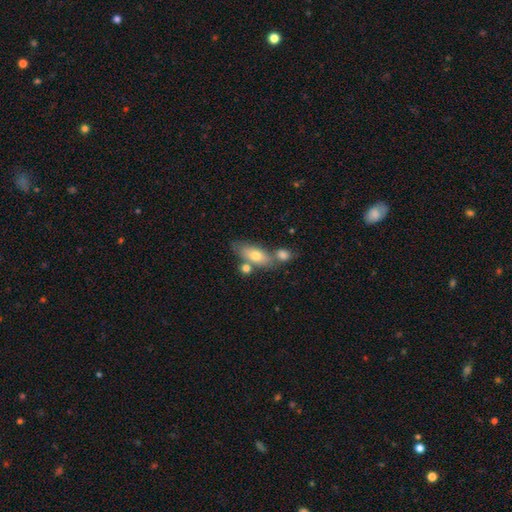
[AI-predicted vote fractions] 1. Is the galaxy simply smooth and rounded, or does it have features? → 70% smooth, 23% featured or disk, 7% star or artifact.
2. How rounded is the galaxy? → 75% in between, 19% cigar-shaped, 6% round.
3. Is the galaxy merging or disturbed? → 51% none, 31% merger, 13% minor disturbance, 5% major disturbance.